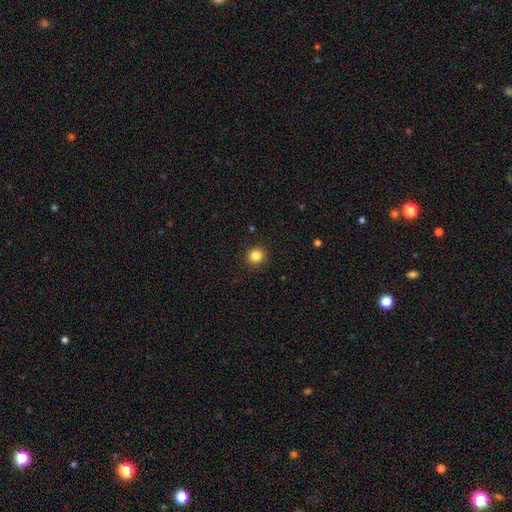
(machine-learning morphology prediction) Overall: smooth (84%). How rounded: round (92%). Merging: none (92%).